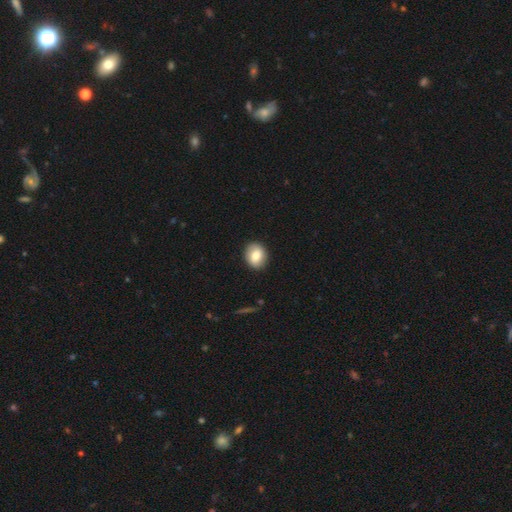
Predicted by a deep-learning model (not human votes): Smooth or featured? Predicted: smooth (p=0.78). How rounded? Predicted: round (p=0.53). Merging? Predicted: none (p=0.89).